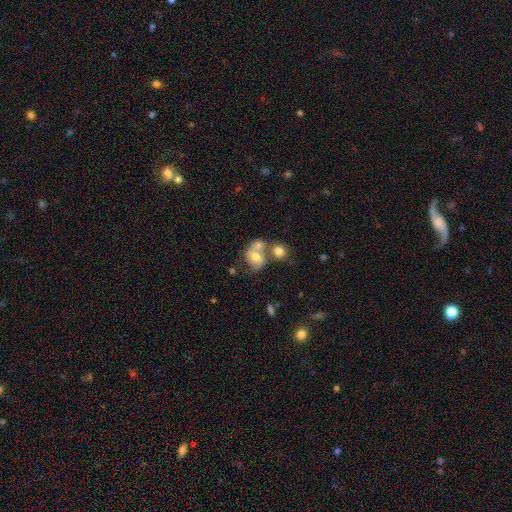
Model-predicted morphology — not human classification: Smooth or featured?
  - smooth: 56% *
  - featured or disk: 33%
  - star or artifact: 11%
How rounded?
  - in between: 50% *
  - round: 48%
  - cigar-shaped: 1%
Merging?
  - merger: 48% *
  - none: 30%
  - minor disturbance: 13%
  - major disturbance: 8%